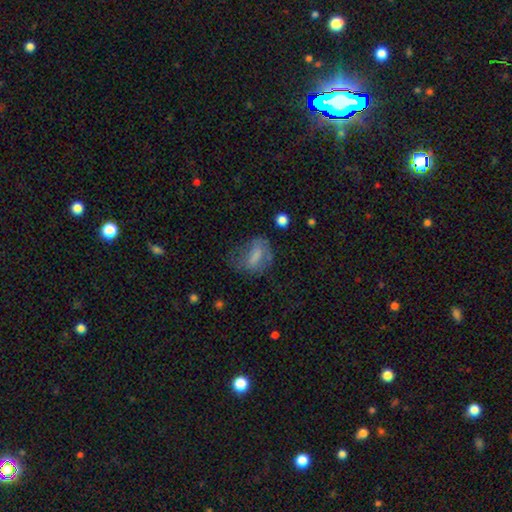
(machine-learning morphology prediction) smooth 61%, featured or disk 27%, star or artifact 12%. Down the decision tree: how rounded — in between (73%); merging — none (38%).